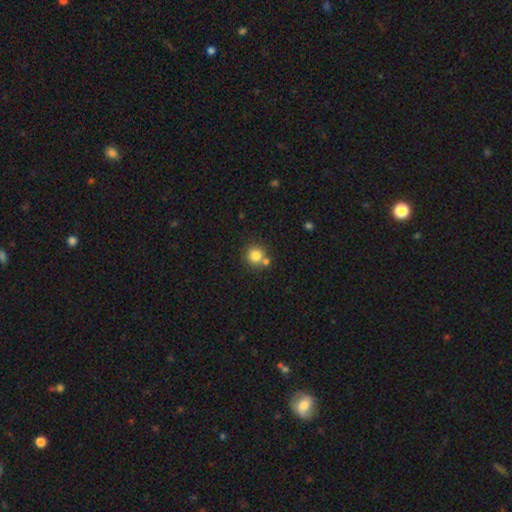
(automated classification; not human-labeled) smooth_or_featured: smooth (p=0.82) [alt: star or artifact p=0.11]
how_rounded: round (p=0.93) [alt: in between p=0.07]
merging: none (p=0.65) [alt: merger p=0.24]